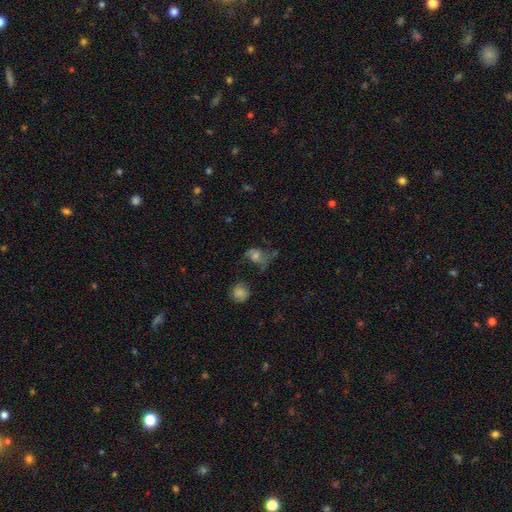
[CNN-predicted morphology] Q: Smooth or featured?
A: featured or disk (46%); runner-up: smooth (36%)
Q: Merging?
A: none (42%); runner-up: major disturbance (28%)